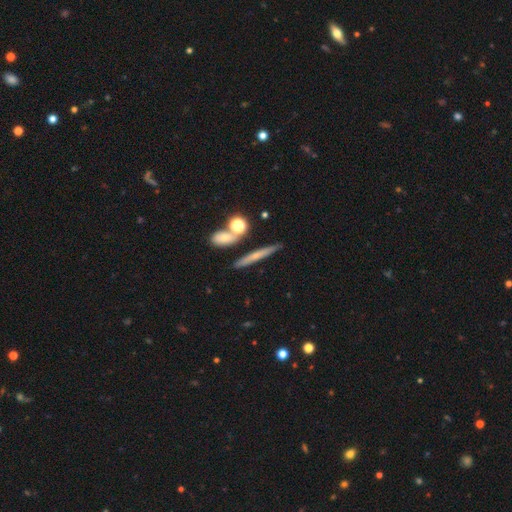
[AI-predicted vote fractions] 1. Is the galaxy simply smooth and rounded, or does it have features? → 48% smooth, 41% featured or disk, 11% star or artifact.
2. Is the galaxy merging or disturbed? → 79% none, 9% minor disturbance, 9% merger, 3% major disturbance.